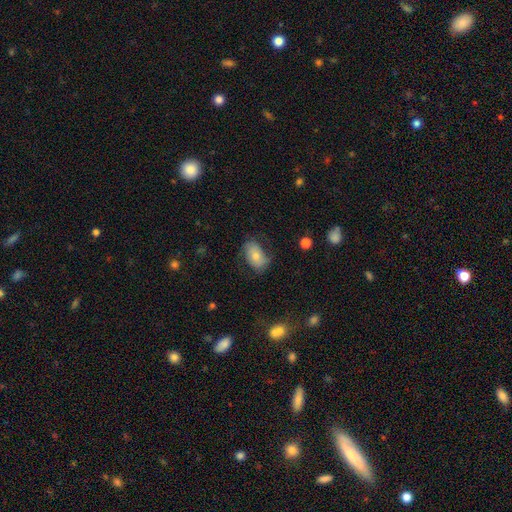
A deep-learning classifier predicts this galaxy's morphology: This appears to be a smooth galaxy with no disk features (66%) that is in between round and cigar-shaped (90%). Merging: none (60%).